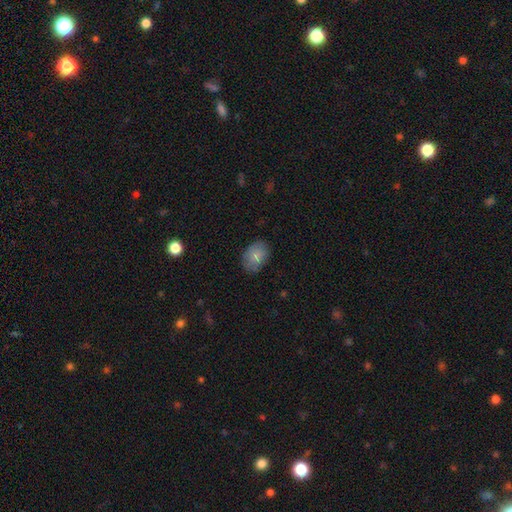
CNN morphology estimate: smooth 81%, featured or disk 12%, star or artifact 8%. Down the decision tree: how rounded — in between (75%); merging — none (79%).